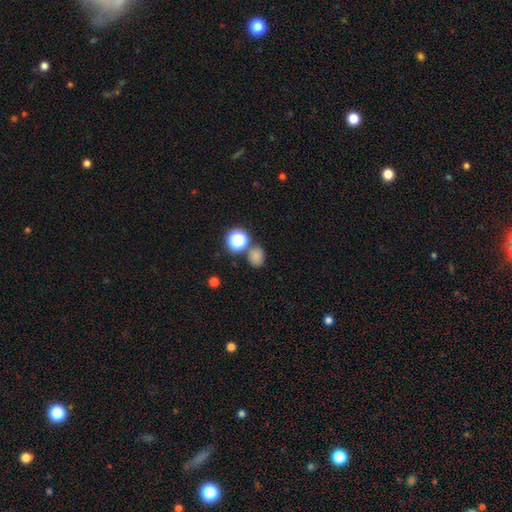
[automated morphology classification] A smooth galaxy with no disk features (75%) that is round (60%).

Vote fractions:
- Smooth or featured? smooth: 75% / star or artifact: 19% / featured or disk: 6%
- How rounded? round: 60% / in between: 39% / cigar-shaped: 1%
- Merging? none: 68% / merger: 16% / minor disturbance: 12% / major disturbance: 4%